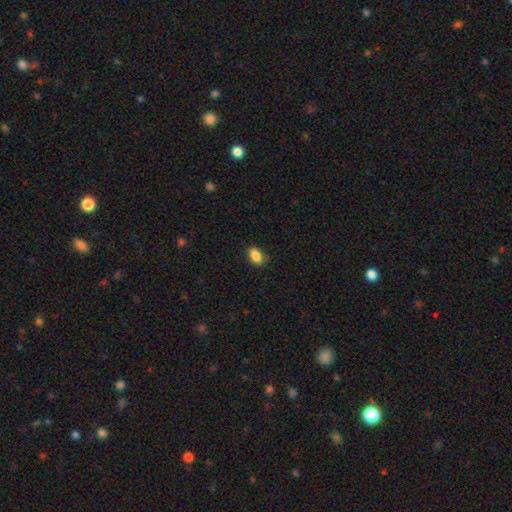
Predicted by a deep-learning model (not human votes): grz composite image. It shows a smooth galaxy with no disk features (87%) that is in between round and cigar-shaped (88%). Merging: none (80%).